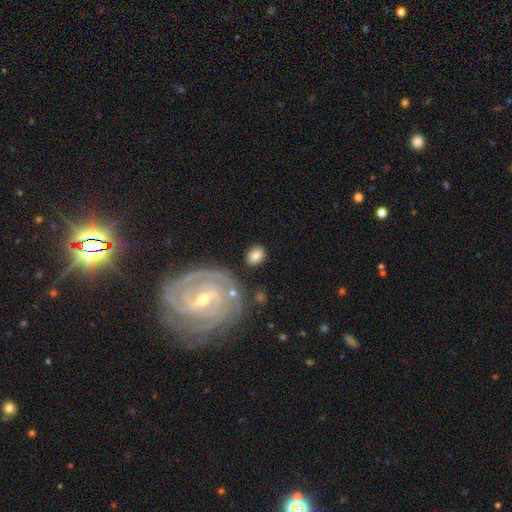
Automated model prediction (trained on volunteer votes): smooth 70%, featured or disk 23%, star or artifact 7%. Down the decision tree: how rounded — in between (66%); merging — none (78%).